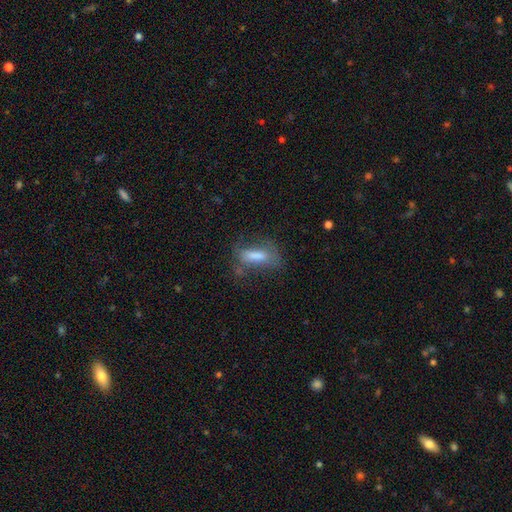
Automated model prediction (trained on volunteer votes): Overall: smooth (58%; featured or disk 30%). How rounded: in between (59%; cigar-shaped 38%). Merging: none (48%; minor disturbance 25%).